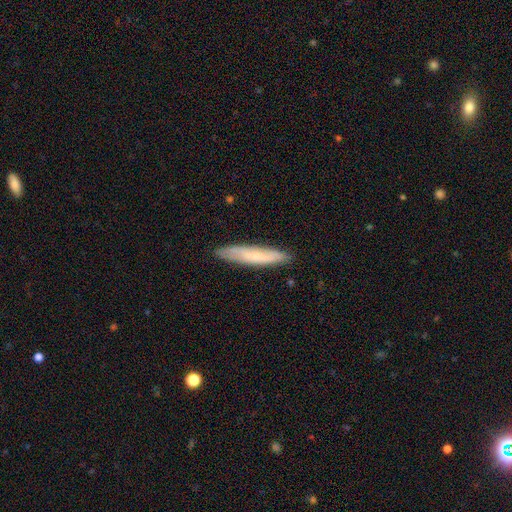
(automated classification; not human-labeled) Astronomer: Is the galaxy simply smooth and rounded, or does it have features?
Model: smooth — 62%.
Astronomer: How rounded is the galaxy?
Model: cigar-shaped — 89%.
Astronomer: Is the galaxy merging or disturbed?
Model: none — 86%.